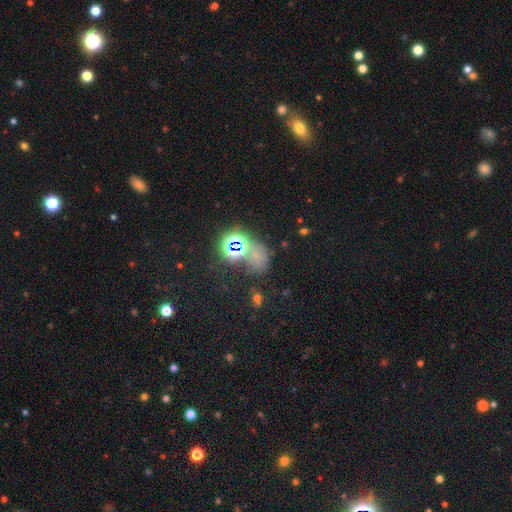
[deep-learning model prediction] Smooth or featured: star or artifact — 52% (smooth — 37%)